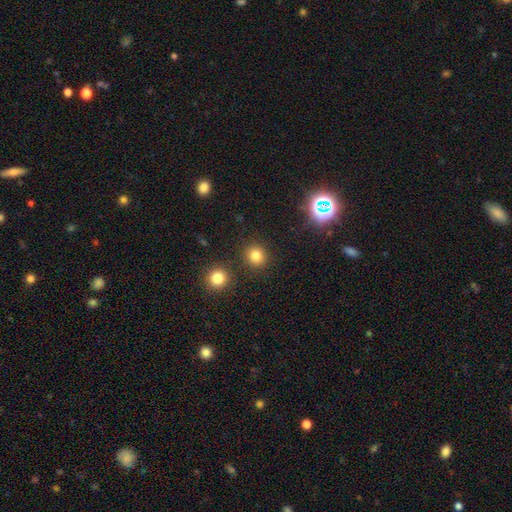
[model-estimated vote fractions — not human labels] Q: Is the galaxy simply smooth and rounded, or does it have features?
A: smooth — 81%.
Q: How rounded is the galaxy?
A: round — 89%.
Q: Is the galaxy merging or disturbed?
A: none — 88%.